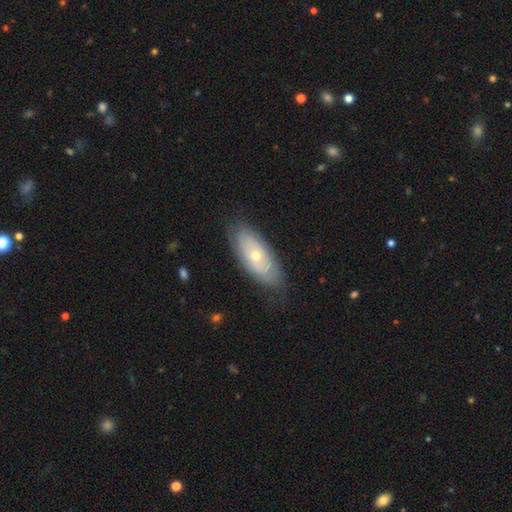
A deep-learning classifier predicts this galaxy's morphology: The model was most divided on "smooth or featured": featured or disk: 48%, smooth: 45%, star or artifact: 7%. More confident: merging — none (78%).